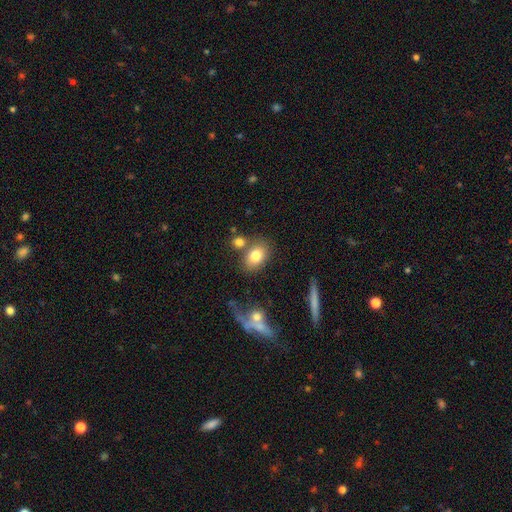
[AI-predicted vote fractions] This is likely a smooth galaxy (78%). How rounded: likely in between (71%). Merging: likely none (63%).